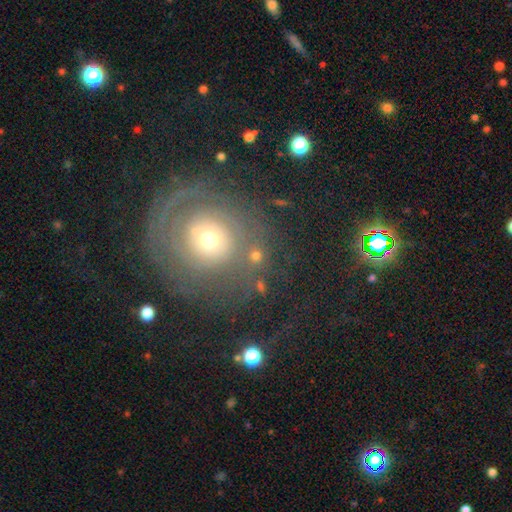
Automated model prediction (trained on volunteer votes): Smooth or featured? smooth (55%)
How rounded? round (85%)
Merging? none (72%)